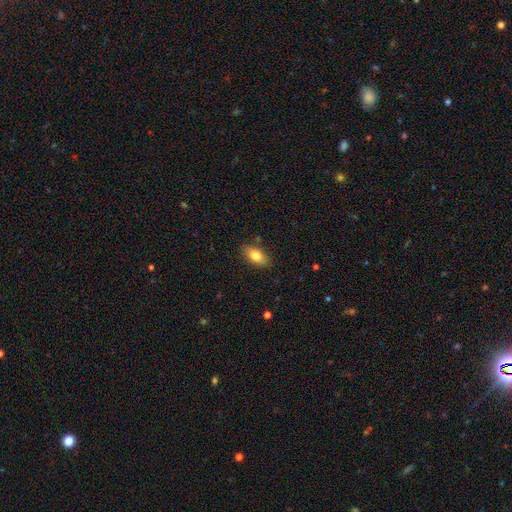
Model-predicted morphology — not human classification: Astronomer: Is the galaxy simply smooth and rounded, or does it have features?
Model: smooth — 80%.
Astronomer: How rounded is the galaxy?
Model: in between — 89%.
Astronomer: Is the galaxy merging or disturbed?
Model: none — 85%.